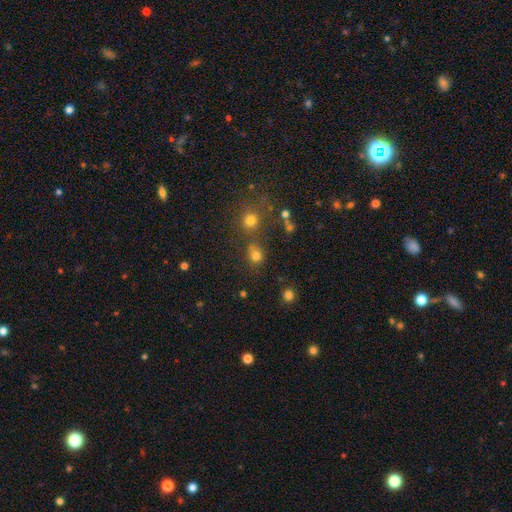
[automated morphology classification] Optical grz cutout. It shows a smooth galaxy with no disk features (75%) that is round (80%). Merging: none (63%).